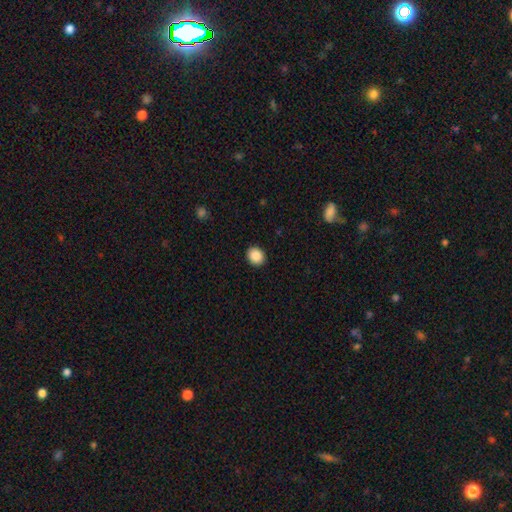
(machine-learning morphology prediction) Overall: smooth (89%). How rounded: round (69%; in between 30%). Merging: none (92%).